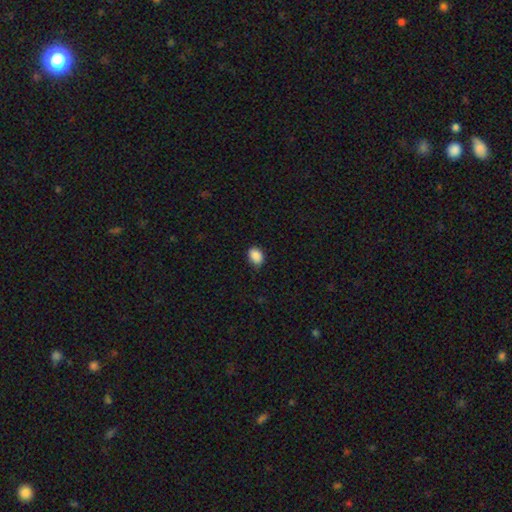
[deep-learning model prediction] Smooth or featured?
  - smooth: 88% *
  - star or artifact: 8%
  - featured or disk: 3%
How rounded?
  - in between: 70% *
  - round: 29%
  - cigar-shaped: 1%
Merging?
  - none: 78% *
  - minor disturbance: 19%
  - major disturbance: 3%
  - merger: 1%